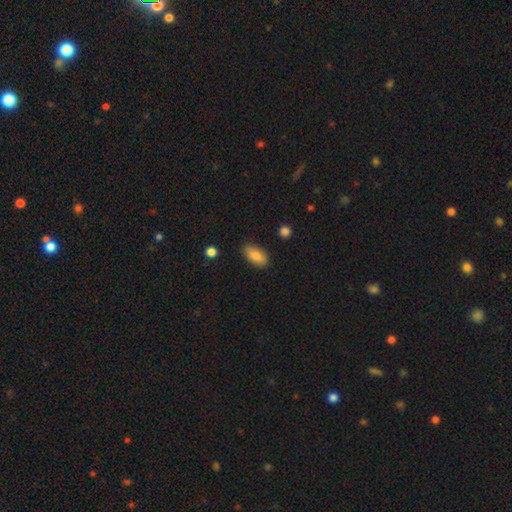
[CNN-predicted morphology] The model was most divided on "smooth or featured": smooth: 83%, featured or disk: 10%, star or artifact: 7%. More confident: how rounded — in between (90%); merging — none (85%).